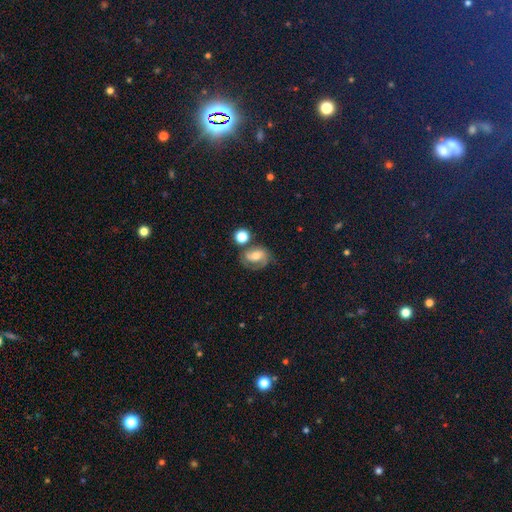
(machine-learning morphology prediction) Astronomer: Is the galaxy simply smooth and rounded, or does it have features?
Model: featured or disk — 67%.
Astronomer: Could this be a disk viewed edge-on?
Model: no — 97%.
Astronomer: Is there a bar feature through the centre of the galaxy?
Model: no — 43% (runner-up: weak, 42%).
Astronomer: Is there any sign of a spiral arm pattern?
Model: yes — 92%.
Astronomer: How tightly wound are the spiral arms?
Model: medium — 47% (runner-up: tight, 36%).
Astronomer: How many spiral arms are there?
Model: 2 — 72%.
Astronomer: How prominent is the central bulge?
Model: moderate — 57%.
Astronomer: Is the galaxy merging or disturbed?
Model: none — 58%.